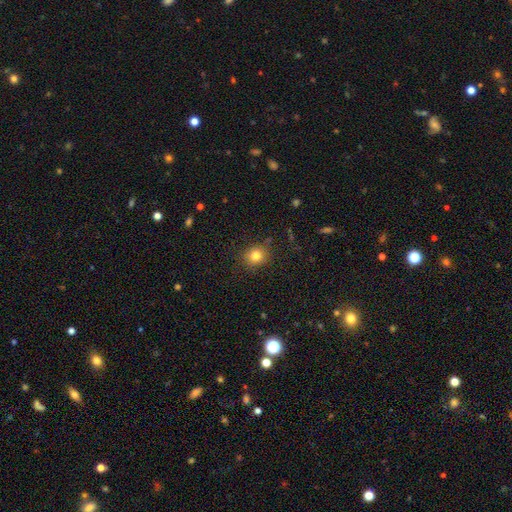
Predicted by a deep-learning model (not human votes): smooth 82%, star or artifact 12%, featured or disk 6%. Down the decision tree: how rounded — round (78%); merging — none (86%).